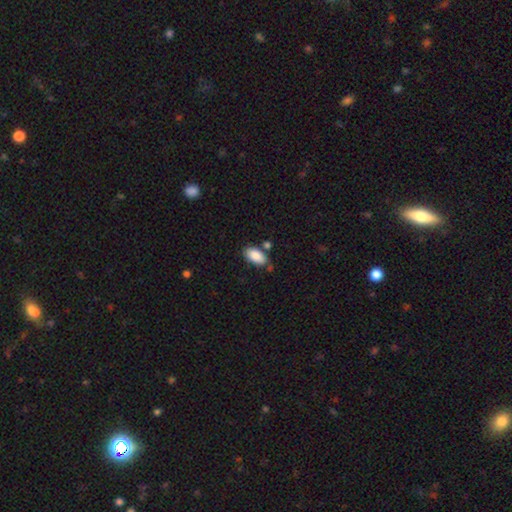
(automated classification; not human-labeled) Overall: smooth (87%). How rounded: in between (94%). Merging: none (69%).